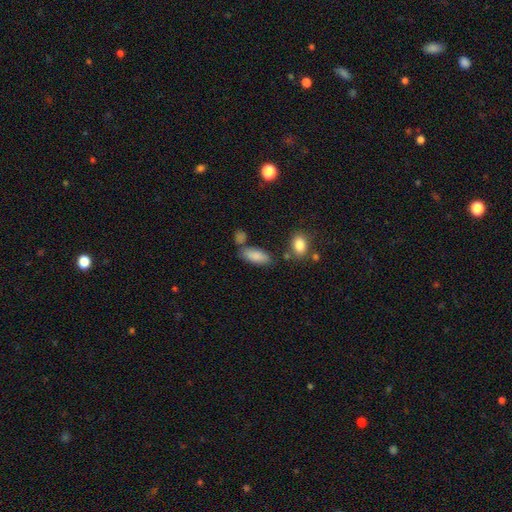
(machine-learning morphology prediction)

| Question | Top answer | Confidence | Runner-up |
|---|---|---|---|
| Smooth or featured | smooth | 85% | featured or disk (8%) |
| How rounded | in between | 81% | cigar-shaped (16%) |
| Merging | none | 68% | minor disturbance (16%) |